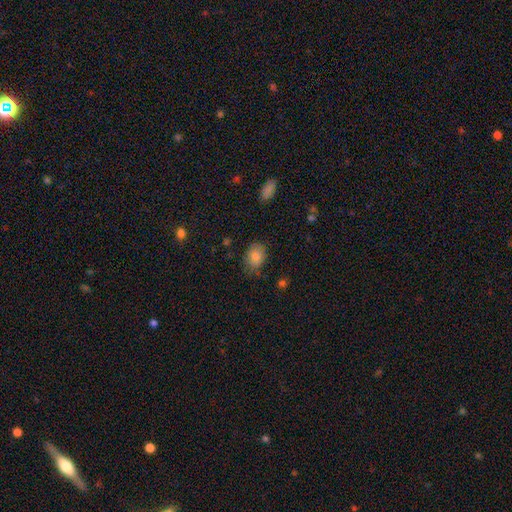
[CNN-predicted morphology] This appears to be a smooth galaxy with no disk features (82%) that is in between round and cigar-shaped (68%). Merging: none (68%).